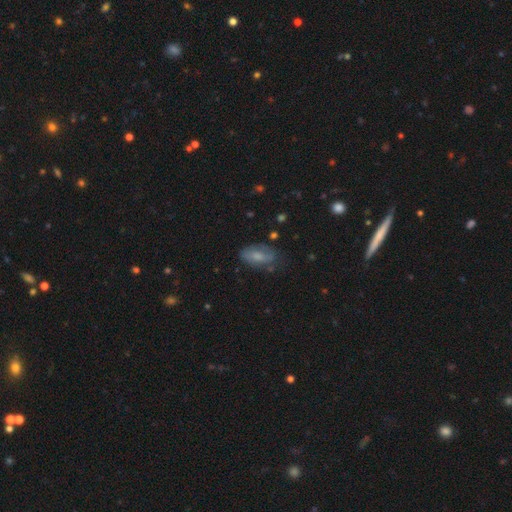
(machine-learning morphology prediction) Smooth or featured: smooth — 52% (featured or disk — 32%)
How rounded: in between — 87% (cigar-shaped — 7%)
Merging: none — 65% (minor disturbance — 24%)